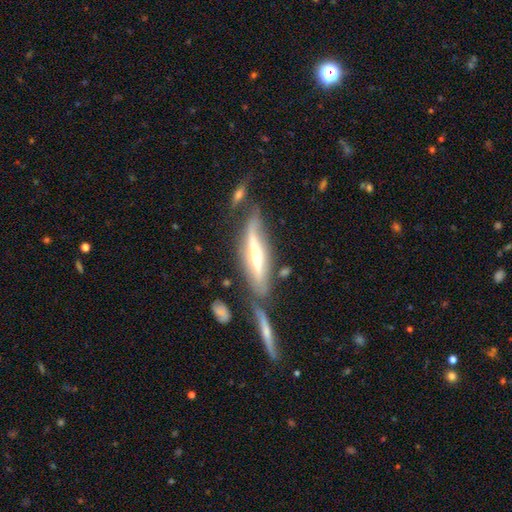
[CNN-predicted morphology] Smooth or featured? Predicted: featured or disk (p=0.70). Edge-on disk? Predicted: yes (p=0.75). Edge-on bulge? Predicted: rounded (p=0.55). Merging? Predicted: none (p=0.50).